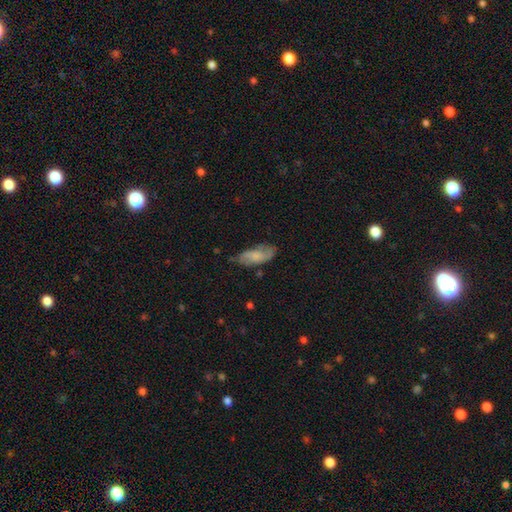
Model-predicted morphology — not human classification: A smooth galaxy with no disk features (57%) that is in between round and cigar-shaped (81%). Merging: none (67%).